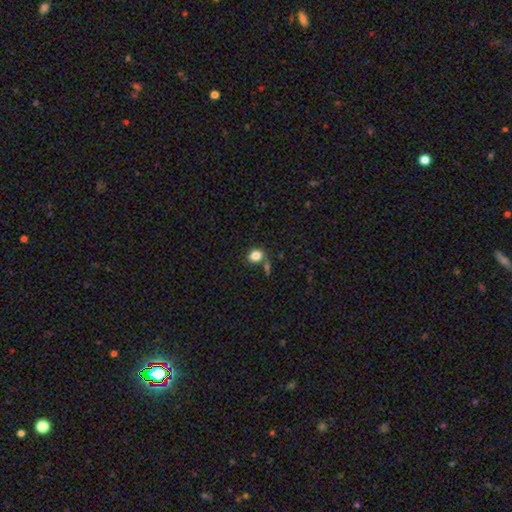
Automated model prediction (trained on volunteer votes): A smooth galaxy with no disk features (84%) that is in between round and cigar-shaped (58%). Merging: none (66%).